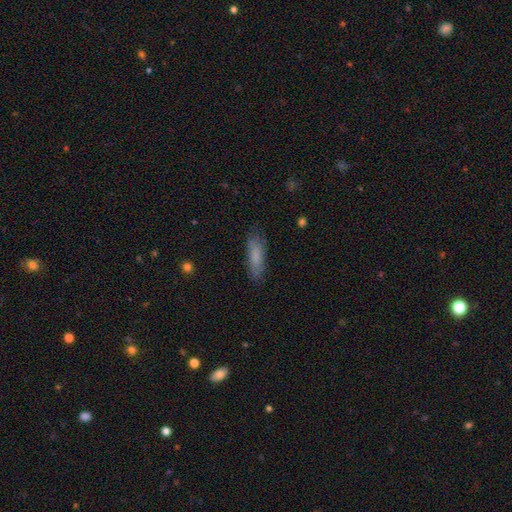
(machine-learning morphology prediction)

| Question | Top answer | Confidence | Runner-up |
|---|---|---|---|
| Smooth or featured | smooth | 79% | featured or disk (15%) |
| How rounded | cigar-shaped | 58% | in between (40%) |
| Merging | none | 79% | minor disturbance (16%) |